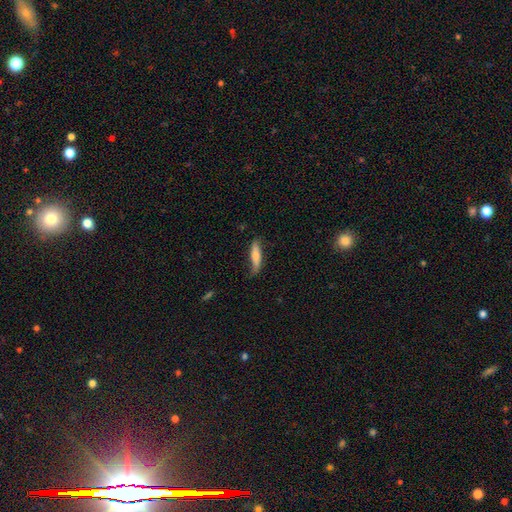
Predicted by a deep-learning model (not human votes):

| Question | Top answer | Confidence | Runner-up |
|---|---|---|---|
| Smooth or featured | smooth | 67% | featured or disk (27%) |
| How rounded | cigar-shaped | 78% | in between (20%) |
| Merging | none | 64% | minor disturbance (28%) |